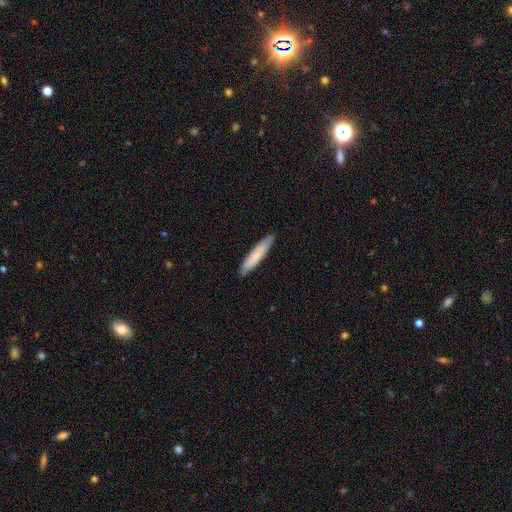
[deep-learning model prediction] A smooth galaxy with no disk features (77%) that is cigar-shaped (91%).

Vote fractions:
- Smooth or featured? smooth: 77% / featured or disk: 18% / star or artifact: 5%
- How rounded? cigar-shaped: 91% / in between: 8% / round: 1%
- Merging? none: 89% / minor disturbance: 8% / major disturbance: 1% / merger: 1%